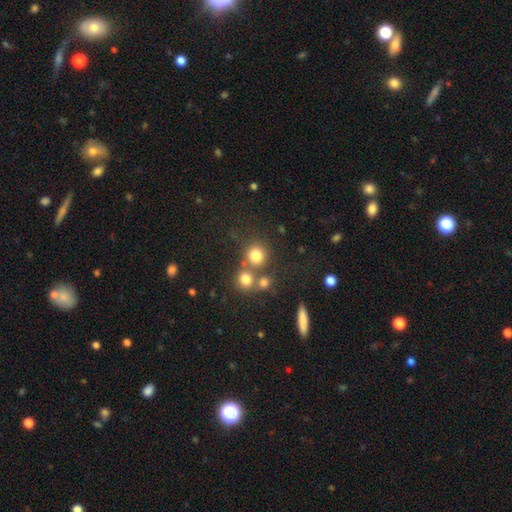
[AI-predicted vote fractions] Smooth or featured? smooth (77%)
How rounded? round (88%)
Merging? none (62%)